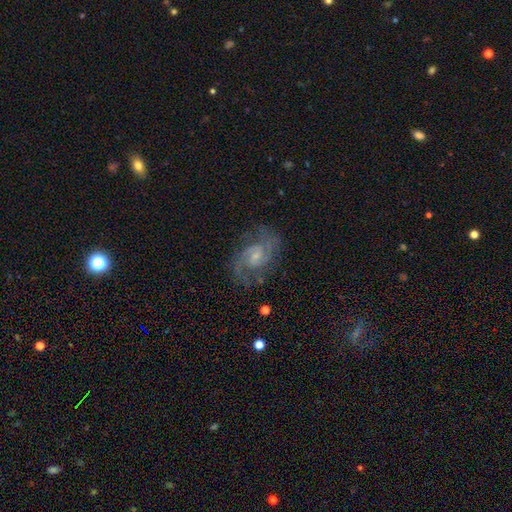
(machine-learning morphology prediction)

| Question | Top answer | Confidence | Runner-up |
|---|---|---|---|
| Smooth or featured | featured or disk | 86% | star or artifact (8%) |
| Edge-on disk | no | 97% | yes (3%) |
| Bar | weak | 47% | no (44%) |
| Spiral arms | yes | 97% | no (3%) |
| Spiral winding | medium | 58% | tight (25%) |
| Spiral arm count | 2 | 85% | can't tell (6%) |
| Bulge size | small | 61% | moderate (27%) |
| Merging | none | 77% | minor disturbance (15%) |